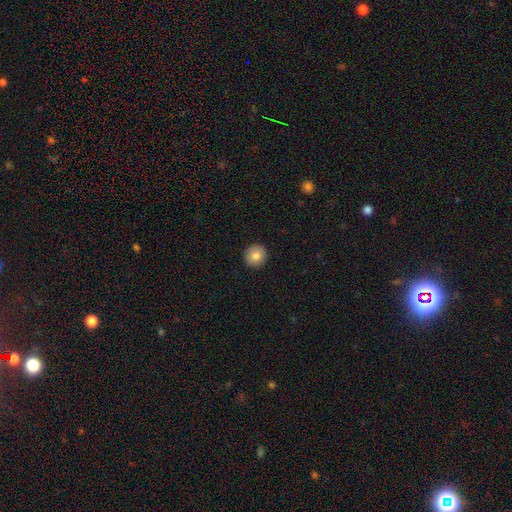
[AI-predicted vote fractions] This is clearly a smooth galaxy (83%). How rounded: clearly round (91%). Merging: clearly none (92%).